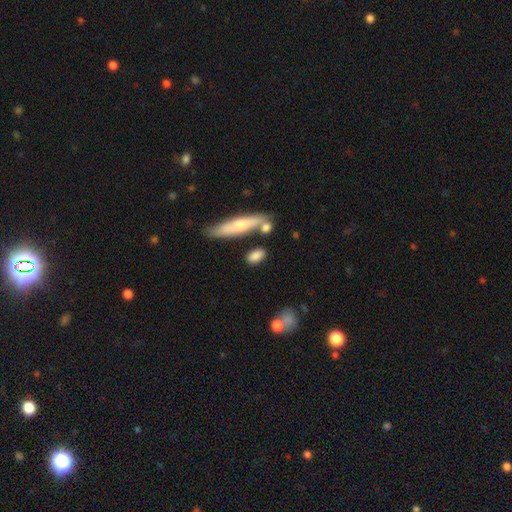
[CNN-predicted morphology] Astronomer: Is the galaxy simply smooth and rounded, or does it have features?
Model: smooth — 81%.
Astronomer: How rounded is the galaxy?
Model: in between — 73%.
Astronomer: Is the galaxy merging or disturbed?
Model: none — 67%.